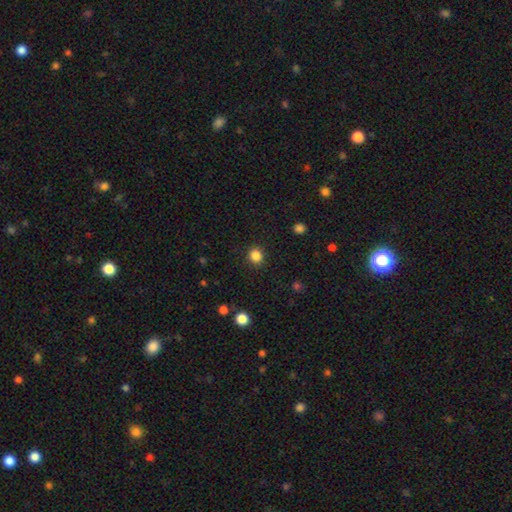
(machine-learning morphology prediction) Q: Smooth or featured?
A: smooth (85%); runner-up: star or artifact (12%)
Q: How rounded?
A: round (85%); runner-up: in between (15%)
Q: Merging?
A: none (90%); runner-up: minor disturbance (7%)